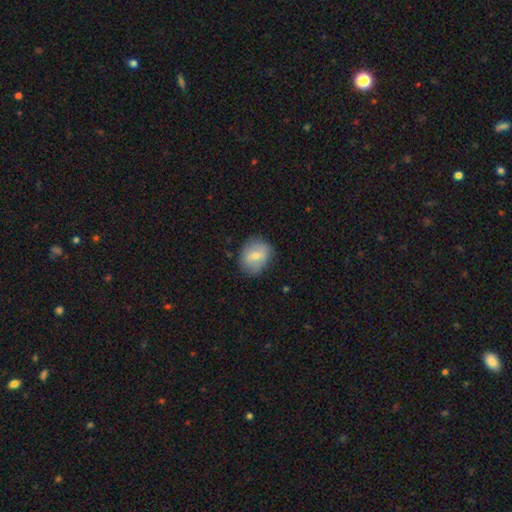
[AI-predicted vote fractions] Q: Smooth or featured?
A: smooth (65%); runner-up: featured or disk (27%)
Q: How rounded?
A: round (60%); runner-up: in between (39%)
Q: Merging?
A: none (77%); runner-up: minor disturbance (18%)